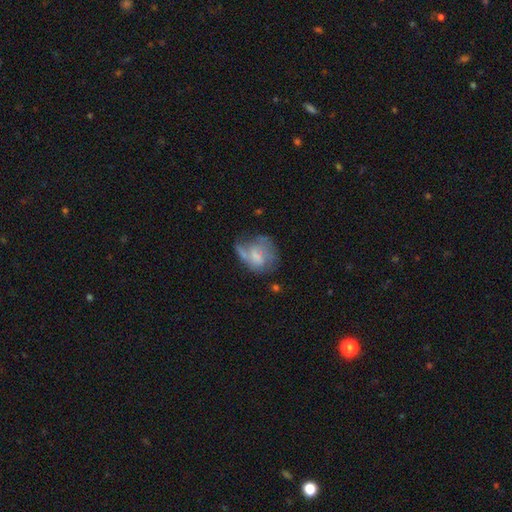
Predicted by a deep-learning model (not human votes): Smooth or featured? featured or disk (49%)
Merging? none (35%)